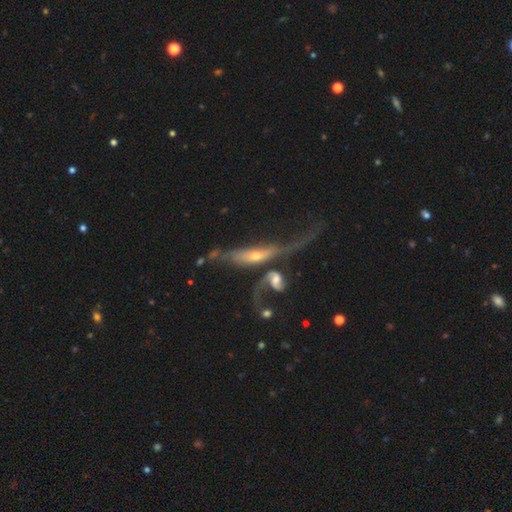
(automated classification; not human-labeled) Smooth or featured?
  - featured or disk: 67% *
  - smooth: 25%
  - star or artifact: 8%
Edge-on disk?
  - no: 63% *
  - yes: 37%
Merging?
  - merger: 53% *
  - major disturbance: 23%
  - none: 15%
  - minor disturbance: 9%